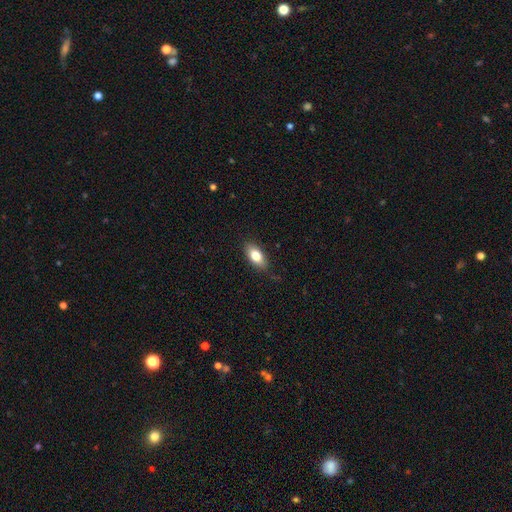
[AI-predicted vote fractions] Smooth or featured? smooth (78%)
How rounded? in between (88%)
Merging? none (81%)